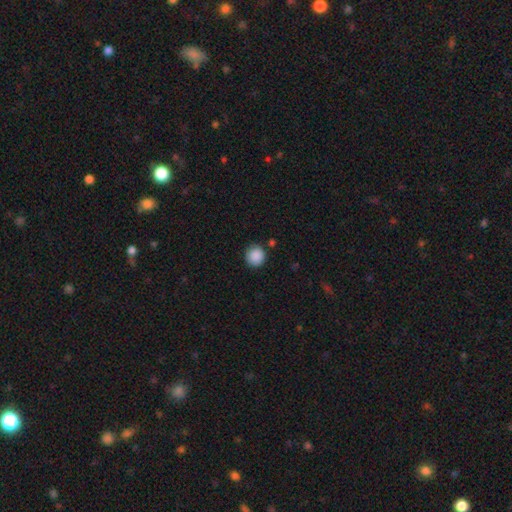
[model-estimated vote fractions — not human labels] Q: Smooth or featured?
A: smooth (89%); runner-up: star or artifact (9%)
Q: How rounded?
A: round (92%); runner-up: in between (7%)
Q: Merging?
A: none (87%); runner-up: minor disturbance (8%)